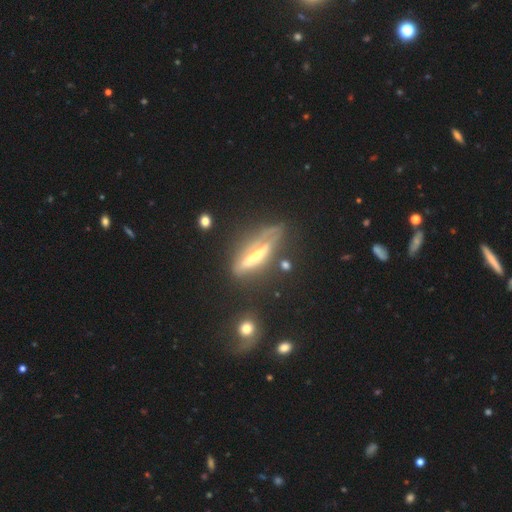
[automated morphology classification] featured or disk 72%, smooth 20%, star or artifact 9%. Down the decision tree: edge-on disk — yes (82%); edge-on bulge — rounded (71%); merging — none (65%).